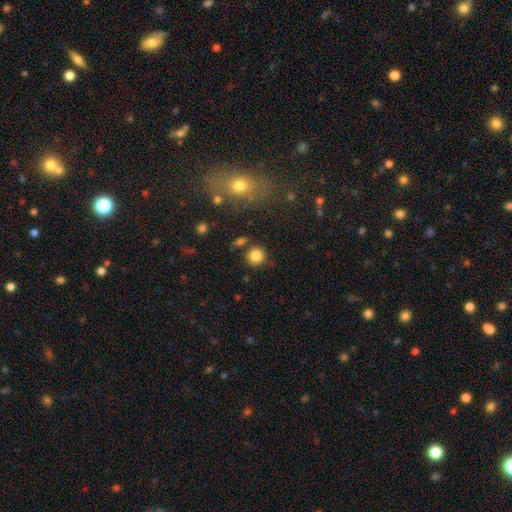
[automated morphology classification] smooth 84%, star or artifact 10%, featured or disk 5%. Down the decision tree: how rounded — round (92%); merging — none (84%).